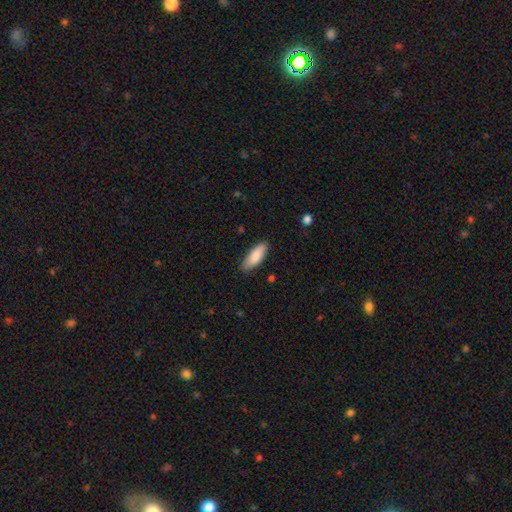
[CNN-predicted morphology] Overall: smooth (86%). How rounded: in between (71%). Merging: none (84%).